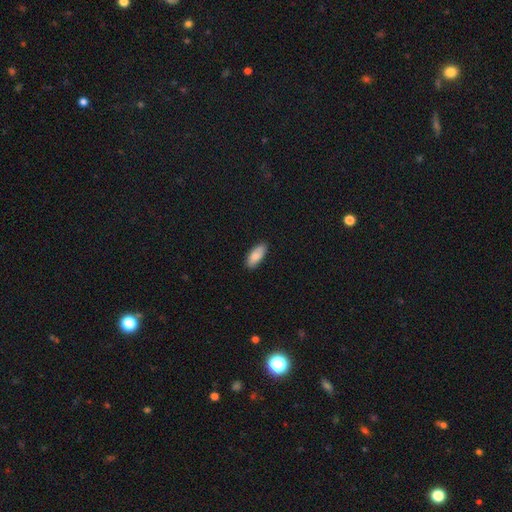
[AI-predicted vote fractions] Q: Smooth or featured?
A: smooth (85%); runner-up: featured or disk (9%)
Q: How rounded?
A: in between (86%); runner-up: cigar-shaped (12%)
Q: Merging?
A: none (86%); runner-up: minor disturbance (12%)